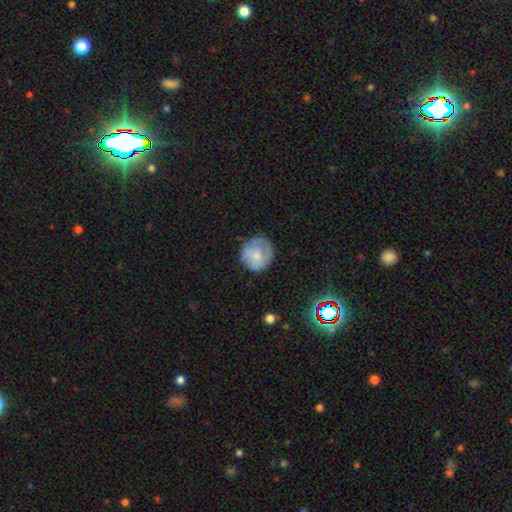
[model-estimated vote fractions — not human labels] smooth-or-featured: smooth: 60% | featured or disk: 32% | star or artifact: 7%
  how-rounded: round: 89% | in between: 11% | cigar-shaped: 1%
  merging: none: 69% | minor disturbance: 21% | major disturbance: 8% | merger: 2%